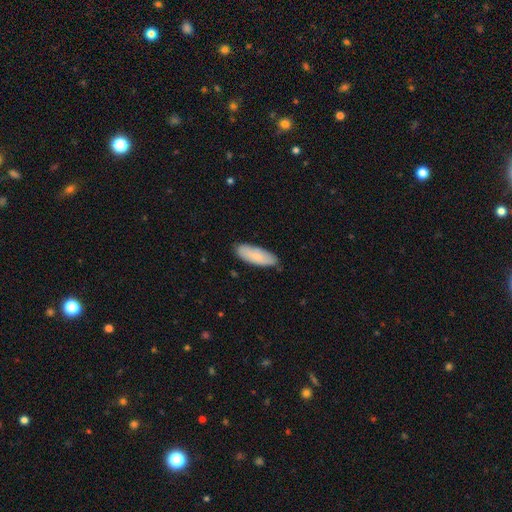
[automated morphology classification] The model was most divided on "how rounded": in between: 69%, cigar-shaped: 29%, round: 2%. More confident: merging — none (80%); smooth or featured — smooth (79%).